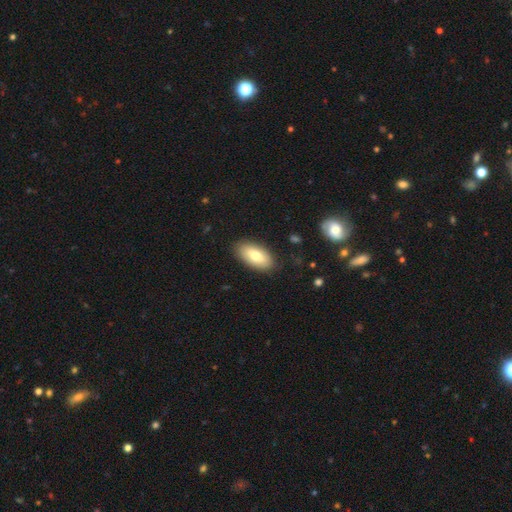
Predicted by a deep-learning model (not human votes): smooth 73%, featured or disk 21%, star or artifact 6%. Down the decision tree: how rounded — in between (93%); merging — none (86%).